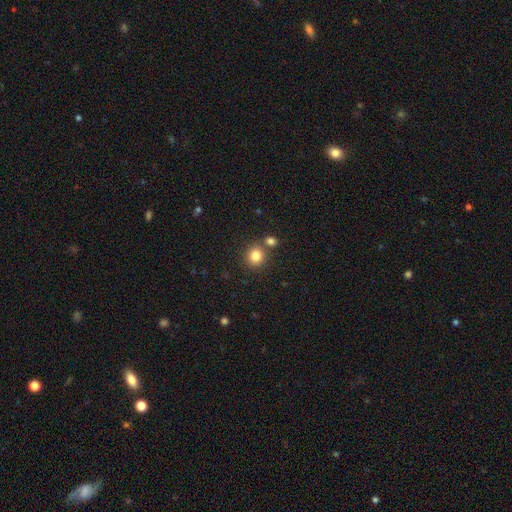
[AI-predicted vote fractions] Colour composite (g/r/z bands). It shows a smooth galaxy with no disk features (82%) that is round (83%). Merging: none (70%).